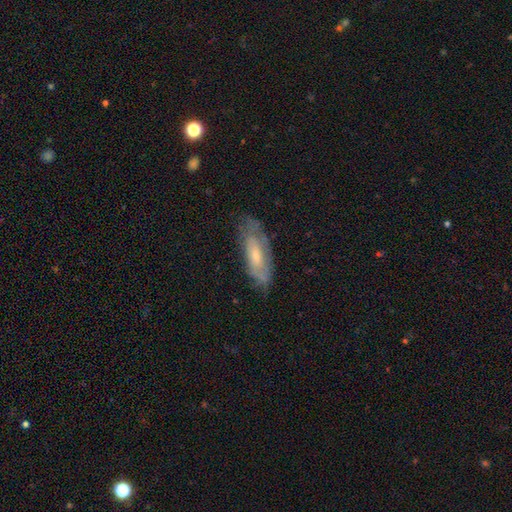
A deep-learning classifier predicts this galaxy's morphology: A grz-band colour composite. It shows a featured or disk galaxy (53%). Merging: none (65%).